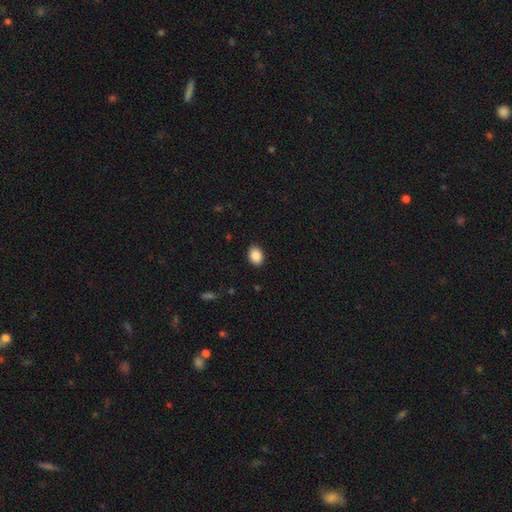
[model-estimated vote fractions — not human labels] Smooth or featured? smooth (89%)
How rounded? in between (73%)
Merging? none (89%)